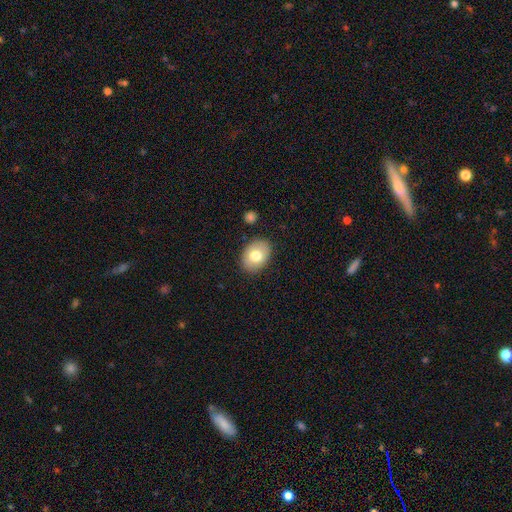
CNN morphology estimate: This appears to be a smooth galaxy with no disk features (77%) that is in between round and cigar-shaped (75%). Merging: none (86%).